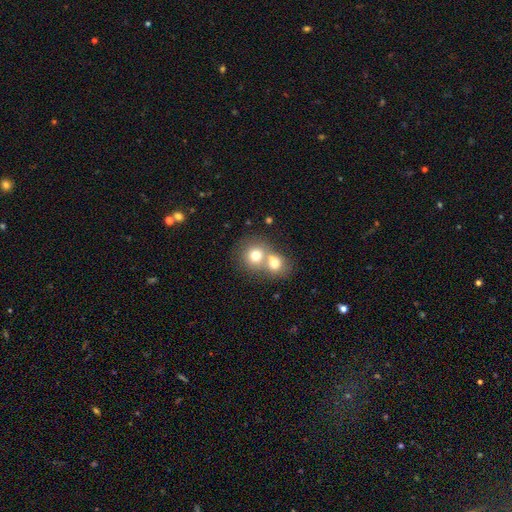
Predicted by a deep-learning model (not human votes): smooth 71%, featured or disk 18%, star or artifact 11%. Down the decision tree: how rounded — round (78%); merging — merger (62%).